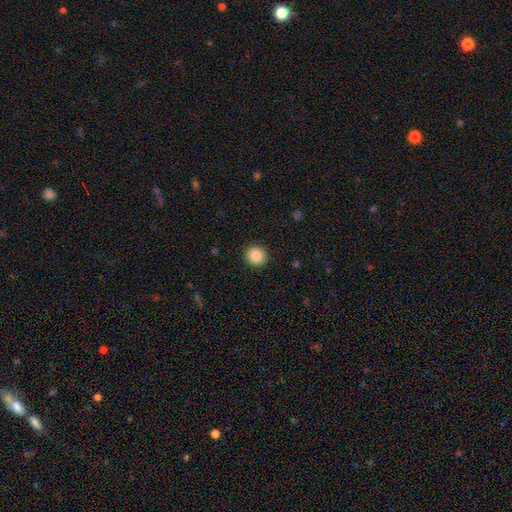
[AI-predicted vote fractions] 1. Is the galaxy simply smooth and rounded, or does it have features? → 87% smooth, 9% star or artifact, 4% featured or disk.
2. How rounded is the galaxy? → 93% round, 6% in between, 1% cigar-shaped.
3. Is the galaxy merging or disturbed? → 92% none, 5% minor disturbance, 2% major disturbance, 1% merger.